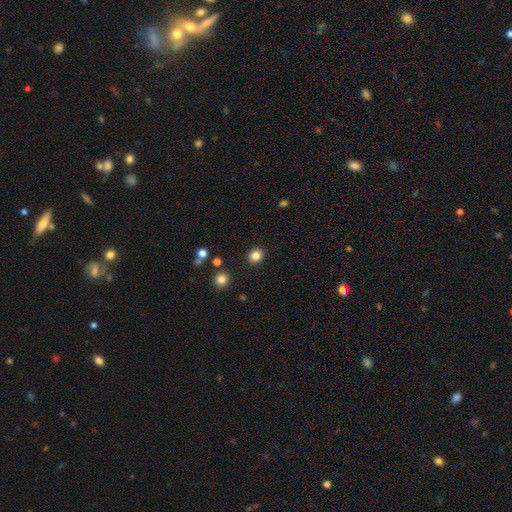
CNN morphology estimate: A smooth galaxy with no disk features (84%) that is round (71%). Merging: none (90%).